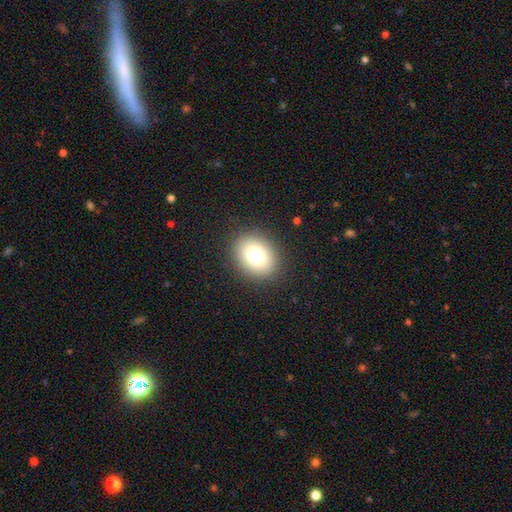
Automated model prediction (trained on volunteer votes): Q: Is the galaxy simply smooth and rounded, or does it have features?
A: smooth — 75%.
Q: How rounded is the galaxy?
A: round — 53%.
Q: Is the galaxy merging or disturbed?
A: none — 88%.